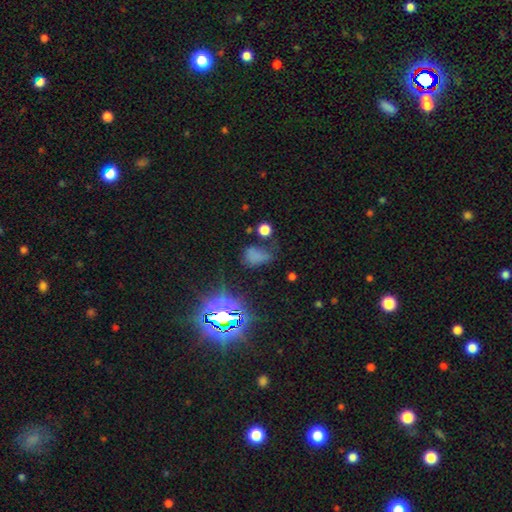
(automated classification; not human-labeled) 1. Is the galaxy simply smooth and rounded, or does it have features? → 56% smooth, 32% star or artifact, 12% featured or disk.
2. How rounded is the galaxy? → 73% in between, 24% round, 3% cigar-shaped.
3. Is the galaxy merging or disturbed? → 39% none, 27% minor disturbance, 27% major disturbance, 8% merger.